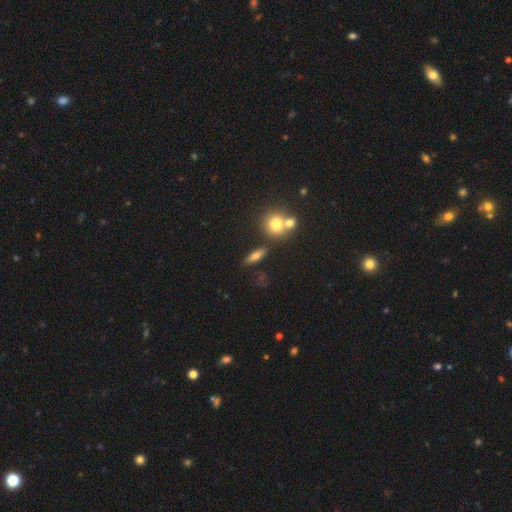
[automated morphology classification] smooth-or-featured: smooth: 60% | featured or disk: 28% | star or artifact: 13%
  how-rounded: cigar-shaped: 49% | in between: 37% | round: 14%
  merging: none: 74% | minor disturbance: 12% | merger: 9% | major disturbance: 4%